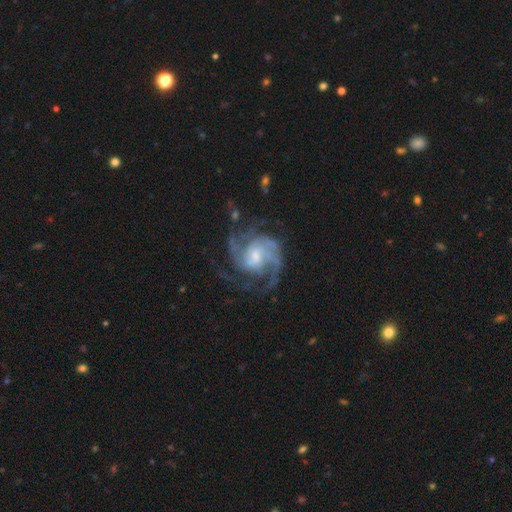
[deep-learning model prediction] A featured or disk galaxy (90%) with no bar (47%), 2 (32%) medium (50%) spiral arms (97%) and a small central bulge (43%).

Vote fractions:
- Smooth or featured? featured or disk: 90% / smooth: 5% / star or artifact: 5%
- Edge-on disk? no: 98% / yes: 2%
- Bar? no: 47% / weak: 44% / strong: 9%
- Spiral arms? yes: 97% / no: 3%
- Spiral winding? medium: 50% / tight: 36% / loose: 14%
- Spiral arm count? 2: 32% / 3: 28% / can't tell: 16% / 4: 11% / 1: 7% / more than 4: 6%
- Bulge size? small: 43% / moderate: 42% / large: 7% / none: 6% / dominant: 1%
- Merging? none: 64% / major disturbance: 17% / minor disturbance: 17% / merger: 2%